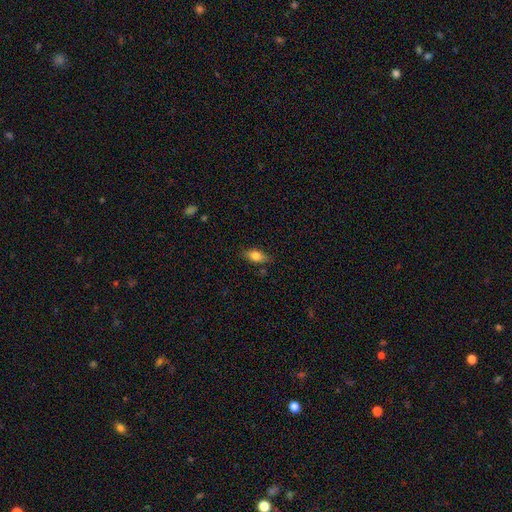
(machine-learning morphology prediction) This is likely a smooth galaxy (77%). How rounded: clearly in between (82%). Merging: likely none (79%).